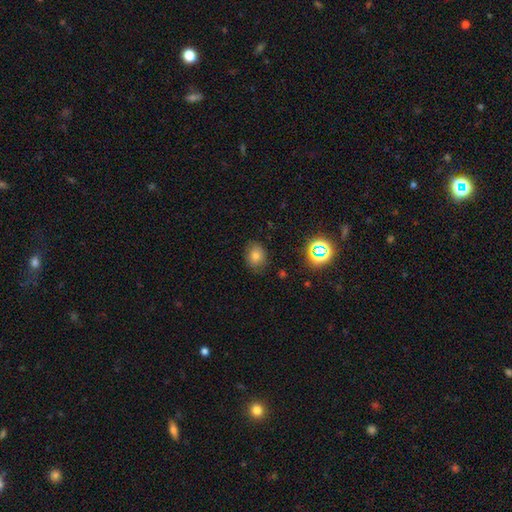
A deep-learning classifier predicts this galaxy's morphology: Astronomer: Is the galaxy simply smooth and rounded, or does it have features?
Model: smooth — 73%.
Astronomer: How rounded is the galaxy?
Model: round — 51% (runner-up: in between, 48%).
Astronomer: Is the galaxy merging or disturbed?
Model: none — 82%.